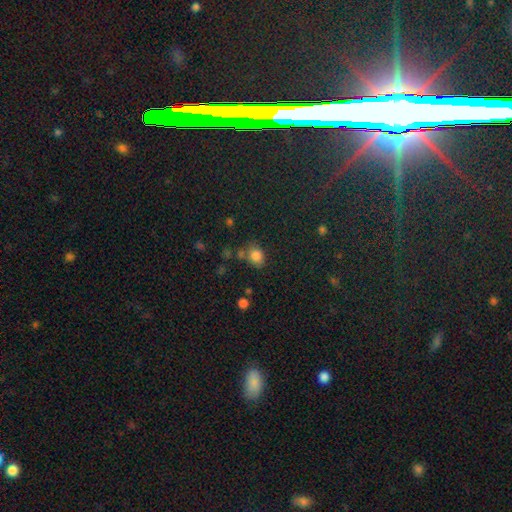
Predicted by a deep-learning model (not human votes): Overall: smooth (81%). How rounded: round (54%; in between 45%). Merging: none (60%).